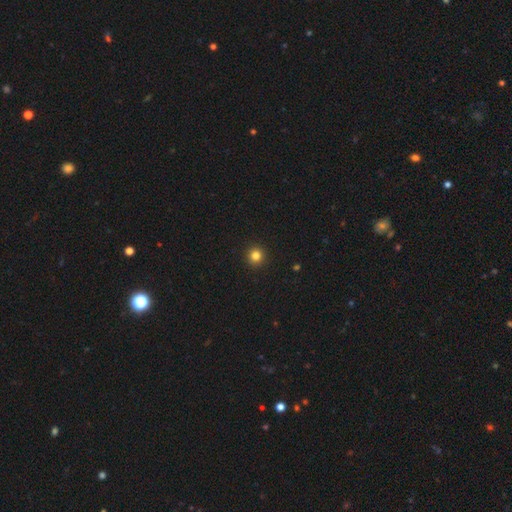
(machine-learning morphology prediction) type=smooth (82%); roundness=round (95%); merging=none (94%).